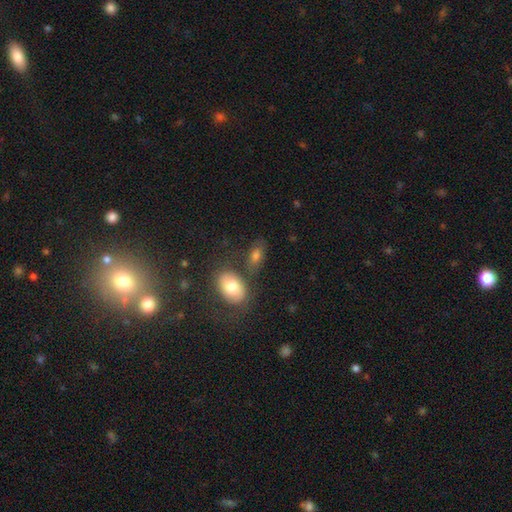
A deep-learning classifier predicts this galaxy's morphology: Smooth or featured? Predicted: smooth (p=0.74). How rounded? Predicted: in between (p=0.86). Merging? Predicted: none (p=0.63).